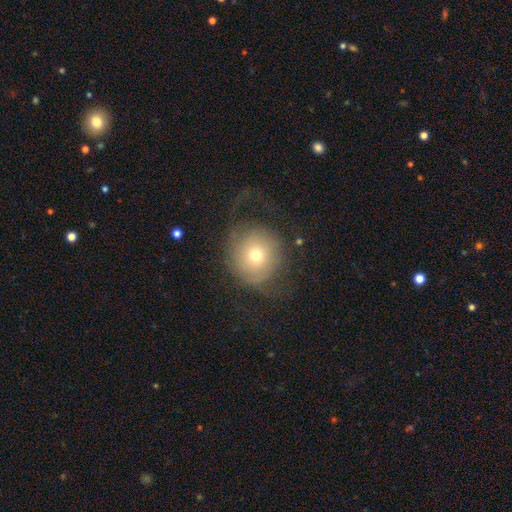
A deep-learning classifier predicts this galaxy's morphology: smooth_or_featured: smooth (p=0.55) [alt: featured or disk p=0.33]
how_rounded: round (p=0.89) [alt: in between p=0.10]
merging: none (p=0.54) [alt: major disturbance p=0.28]